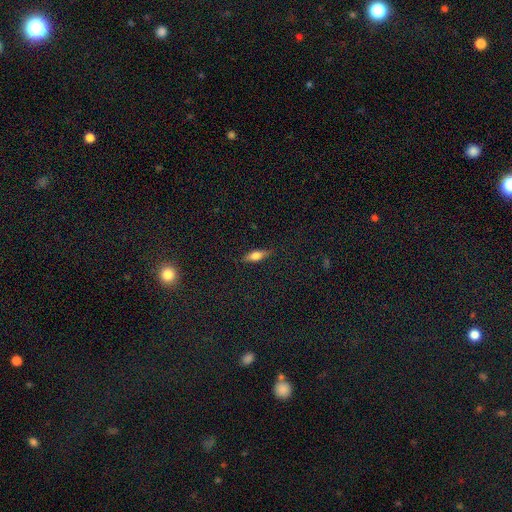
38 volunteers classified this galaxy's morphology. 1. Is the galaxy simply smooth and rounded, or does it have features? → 53% featured or disk, 42% smooth, 5% star or artifact.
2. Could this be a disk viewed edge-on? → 85% yes, 15% no.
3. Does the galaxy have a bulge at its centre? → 82% rounded, 18% none, 0% boxy.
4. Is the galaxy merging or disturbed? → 83% none, 11% minor disturbance, 6% major disturbance, 0% merger.